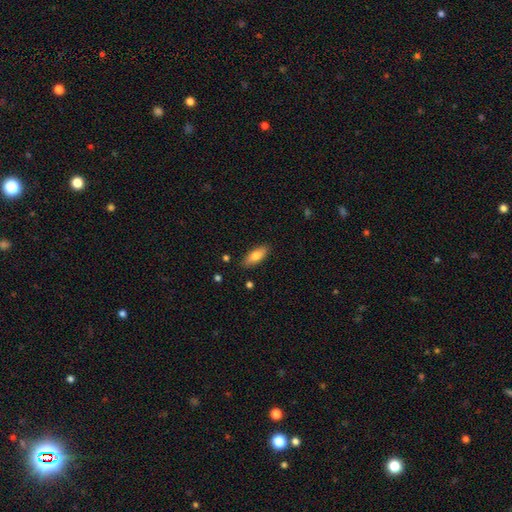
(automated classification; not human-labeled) The model was most divided on "how rounded": in between: 74%, cigar-shaped: 24%, round: 2%. More confident: merging — none (87%); smooth or featured — smooth (78%).